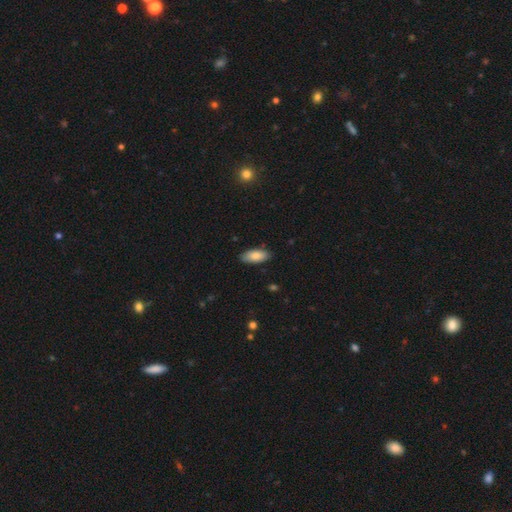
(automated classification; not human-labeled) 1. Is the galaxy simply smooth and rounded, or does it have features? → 84% smooth, 10% featured or disk, 6% star or artifact.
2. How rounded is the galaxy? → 87% in between, 11% cigar-shaped, 2% round.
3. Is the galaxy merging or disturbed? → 86% none, 11% minor disturbance, 2% major disturbance, 1% merger.